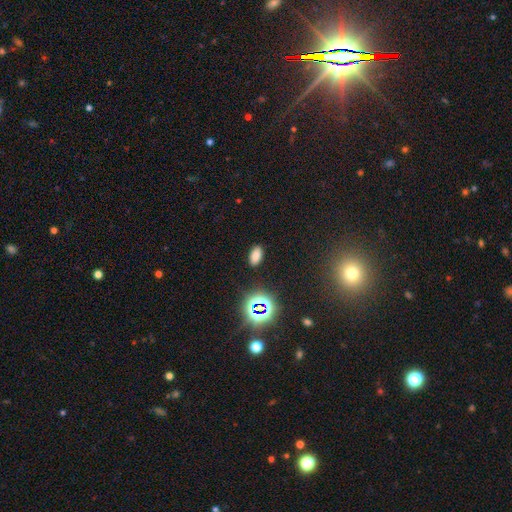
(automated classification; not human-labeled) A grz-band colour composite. It shows a smooth galaxy with no disk features (74%) that is in between round and cigar-shaped (90%). Merging: none (88%).